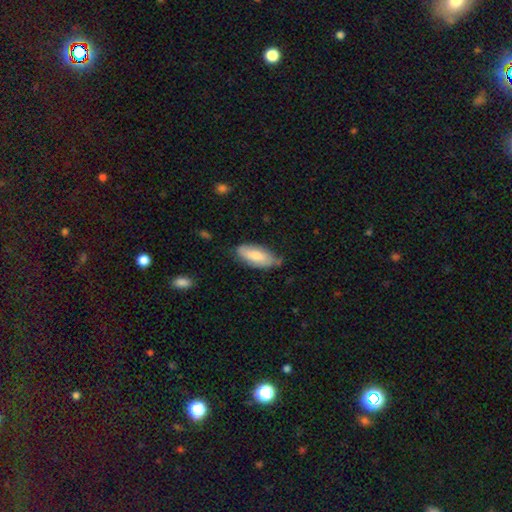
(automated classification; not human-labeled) Smooth or featured? Predicted: smooth (p=0.73). How rounded? Predicted: in between (p=0.84). Merging? Predicted: none (p=0.64).